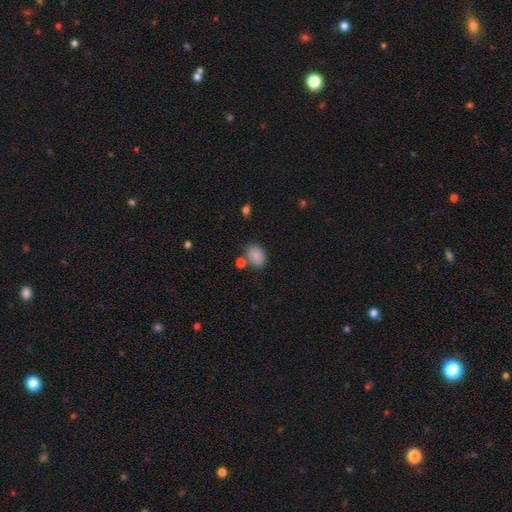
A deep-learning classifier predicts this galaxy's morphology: A smooth galaxy with no disk features (85%) that is in between round and cigar-shaped (67%).

Vote fractions:
- Smooth or featured? smooth: 85% / star or artifact: 9% / featured or disk: 6%
- How rounded? in between: 67% / round: 31% / cigar-shaped: 1%
- Merging? none: 70% / minor disturbance: 14% / merger: 12% / major disturbance: 4%